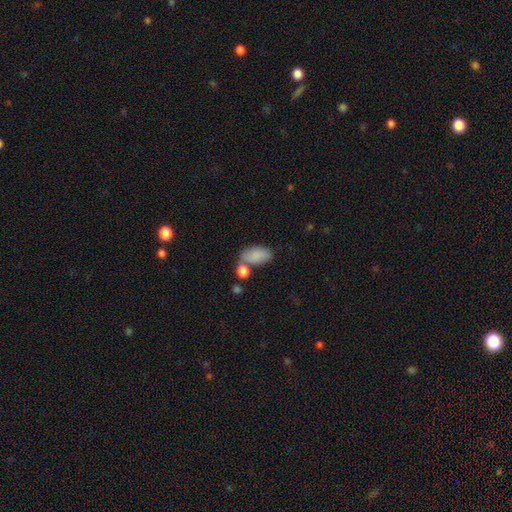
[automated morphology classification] This is clearly a smooth galaxy (85%). How rounded: clearly in between (93%). Merging: possibly none (55%).